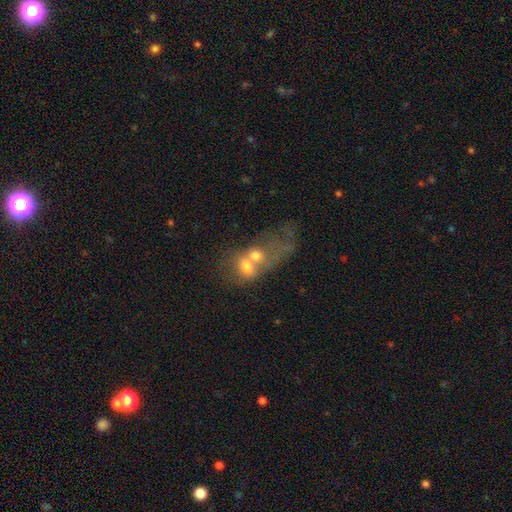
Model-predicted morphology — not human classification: Smooth or featured?
  - smooth: 57% *
  - featured or disk: 32%
  - star or artifact: 11%
How rounded?
  - in between: 60% *
  - round: 38%
  - cigar-shaped: 3%
Merging?
  - merger: 76% *
  - major disturbance: 11%
  - none: 9%
  - minor disturbance: 5%